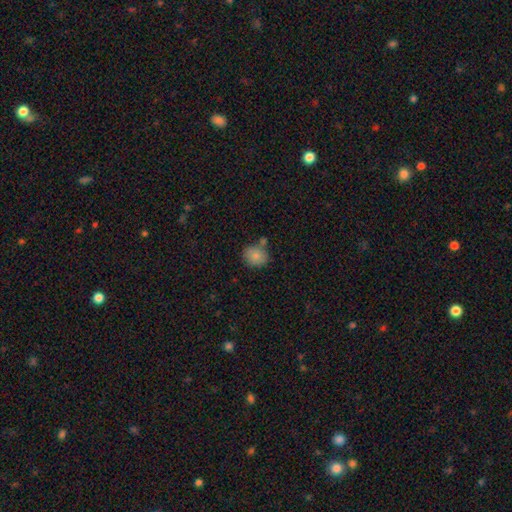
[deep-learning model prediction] A smooth galaxy with no disk features (83%) that is round (75%). Merging: none (67%).